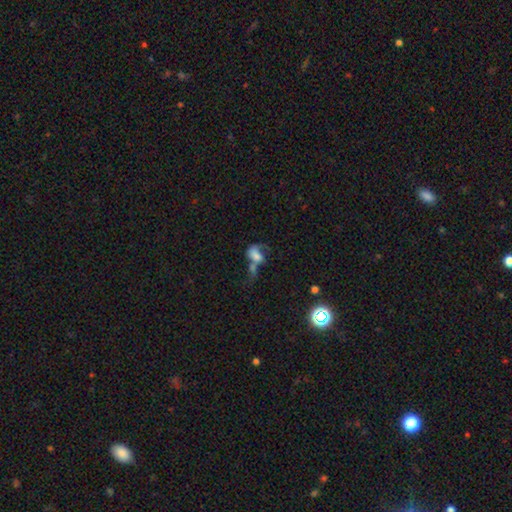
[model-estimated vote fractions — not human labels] A smooth galaxy with no disk features (51%) that is in between round and cigar-shaped (76%).

Vote fractions:
- Smooth or featured? smooth: 51% / featured or disk: 35% / star or artifact: 14%
- How rounded? in between: 76% / round: 21% / cigar-shaped: 3%
- Merging? merger: 51% / major disturbance: 26% / none: 14% / minor disturbance: 9%